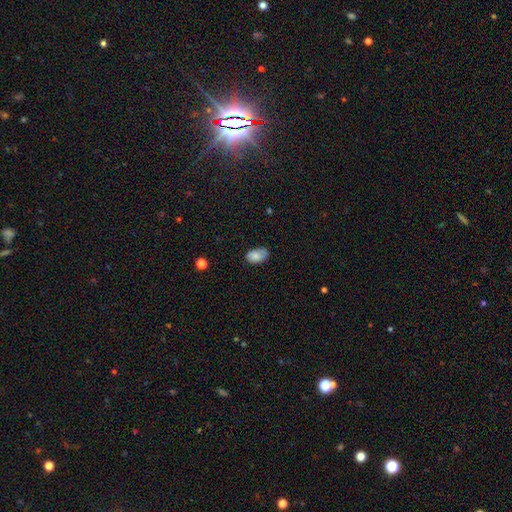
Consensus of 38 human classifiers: smooth 82%, featured or disk 11%, star or artifact 8%. Down the decision tree: how rounded — in between (90%); merging — none (80%).